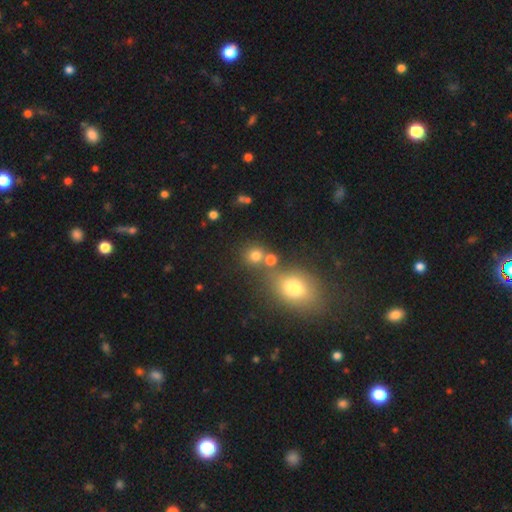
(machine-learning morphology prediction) smooth-or-featured: smooth: 75% | star or artifact: 17% | featured or disk: 8%
  how-rounded: round: 84% | in between: 15% | cigar-shaped: 1%
  merging: none: 62% | merger: 25% | minor disturbance: 9% | major disturbance: 5%